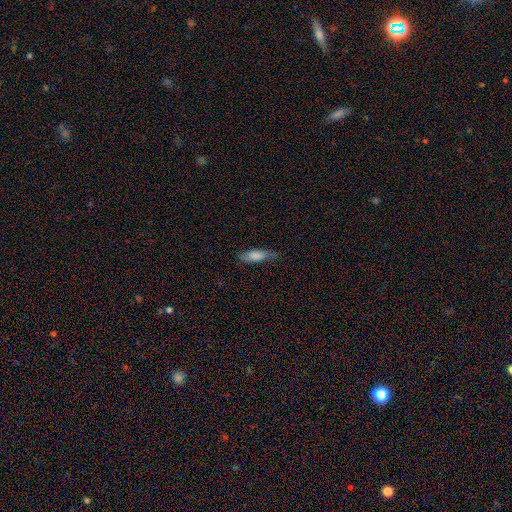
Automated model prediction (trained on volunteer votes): This is likely a smooth galaxy (76%). How rounded: likely in between (61%). Merging: likely none (60%).